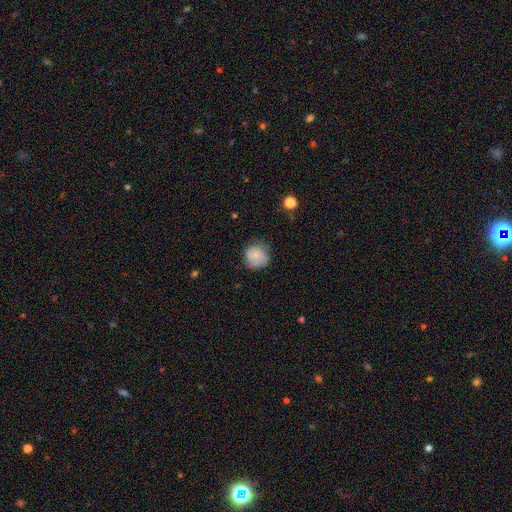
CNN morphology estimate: Smooth or featured: smooth — 71% (featured or disk — 21%)
How rounded: round — 86% (in between — 14%)
Merging: none — 66% (minor disturbance — 25%)